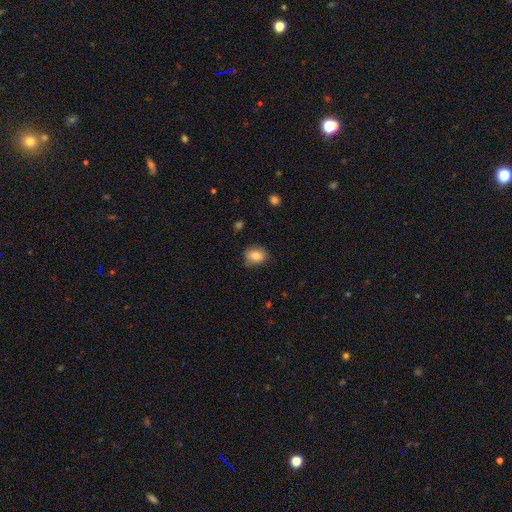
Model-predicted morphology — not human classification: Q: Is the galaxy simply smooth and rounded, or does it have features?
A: smooth — 81%.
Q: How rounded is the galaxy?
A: in between — 53%.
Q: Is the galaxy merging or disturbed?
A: none — 79%.